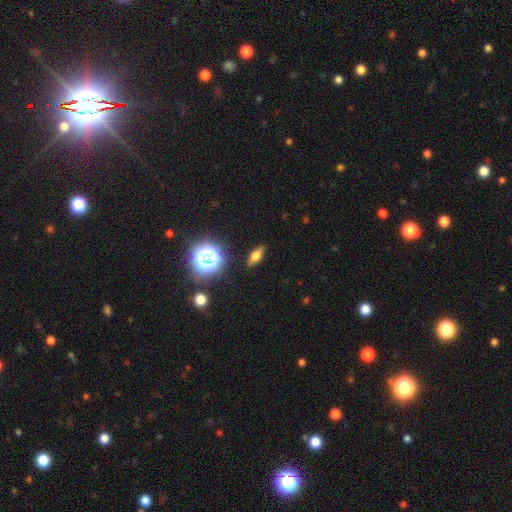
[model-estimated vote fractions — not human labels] The model was most divided on "smooth or featured": smooth: 58%, featured or disk: 22%, star or artifact: 19%. More confident: merging — none (87%); how rounded — in between (64%).